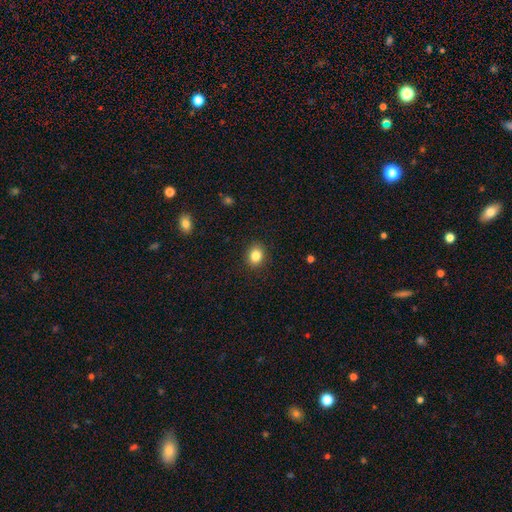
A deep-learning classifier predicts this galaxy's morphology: Overall: smooth (85%). How rounded: round (57%; in between 42%). Merging: none (90%).